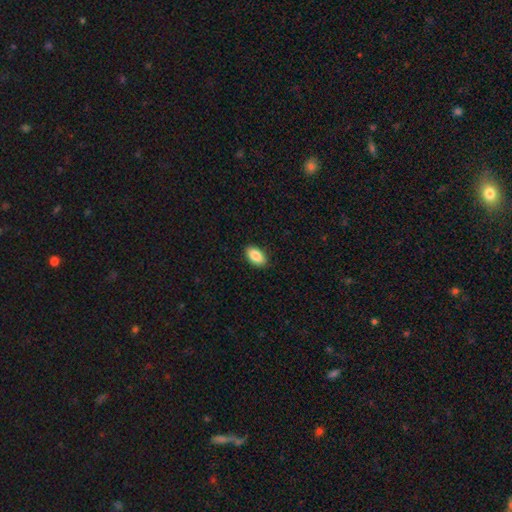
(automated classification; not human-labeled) Overall: smooth (88%). How rounded: in between (93%). Merging: none (88%).